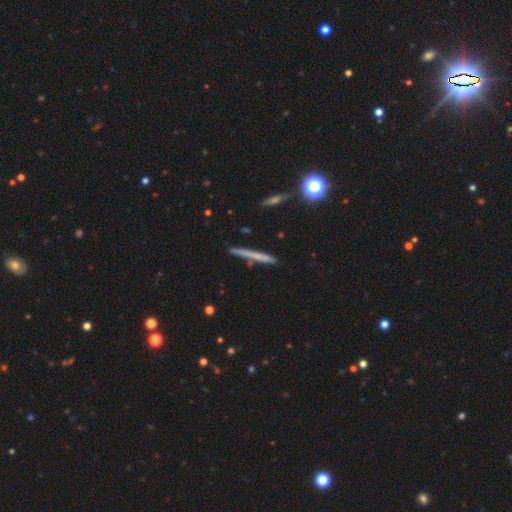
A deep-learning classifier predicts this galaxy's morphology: A smooth galaxy with no disk features (50%) that is cigar-shaped (94%).

Vote fractions:
- Smooth or featured? smooth: 50% / featured or disk: 40% / star or artifact: 10%
- How rounded? cigar-shaped: 94% / round: 3% / in between: 3%
- Merging? none: 85% / minor disturbance: 10% / merger: 2% / major disturbance: 2%